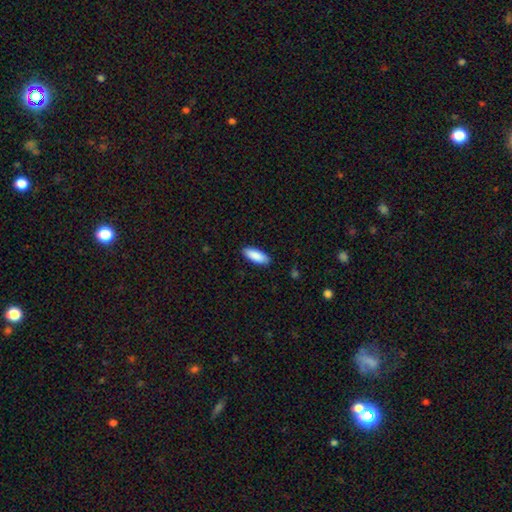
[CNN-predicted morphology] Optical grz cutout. It shows a smooth galaxy with no disk features (90%) that is in between round and cigar-shaped (75%). Merging: none (89%).